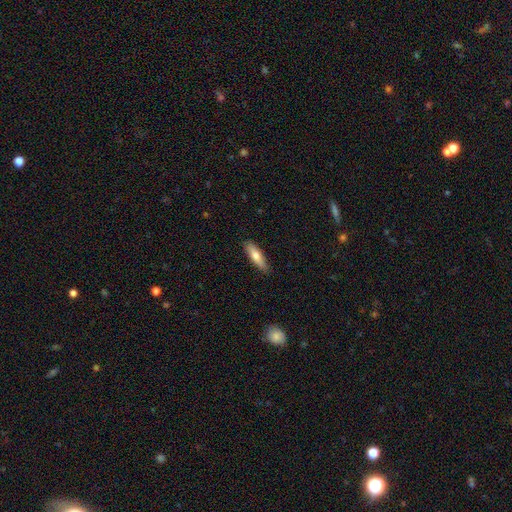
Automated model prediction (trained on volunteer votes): Smooth or featured: smooth — 71% (featured or disk — 23%)
How rounded: cigar-shaped — 63% (in between — 35%)
Merging: none — 86% (minor disturbance — 11%)